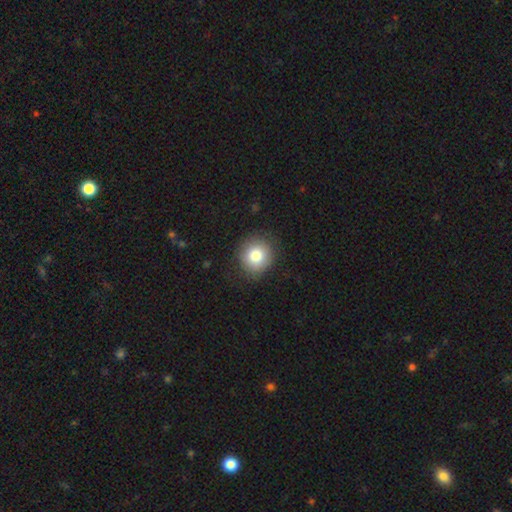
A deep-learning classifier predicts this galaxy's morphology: smooth 81%, featured or disk 10%, star or artifact 9%. Down the decision tree: how rounded — round (88%); merging — none (83%).